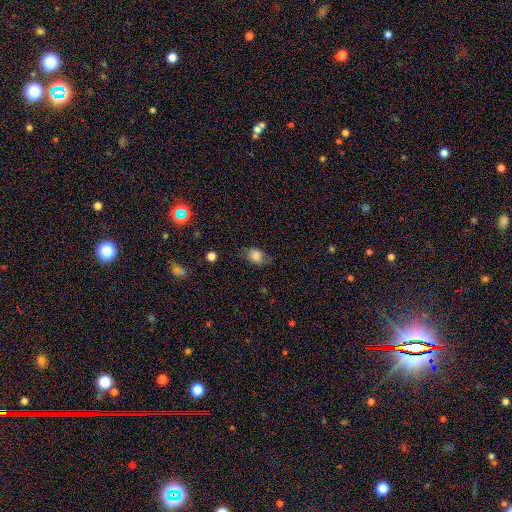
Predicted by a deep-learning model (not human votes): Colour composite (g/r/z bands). It shows a smooth galaxy with no disk features (74%) that is in between round and cigar-shaped (78%). Merging: none (65%).